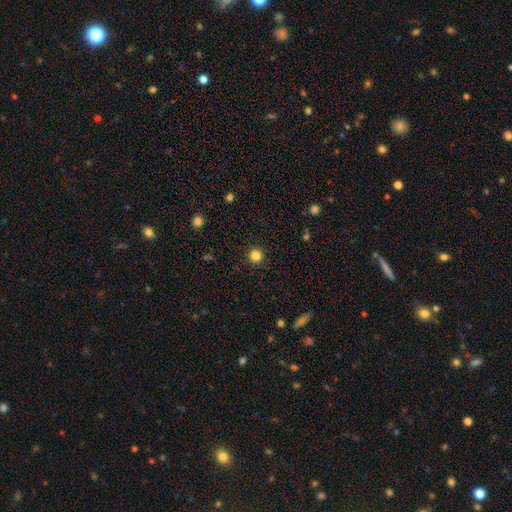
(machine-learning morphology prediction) This is clearly a smooth galaxy (83%). How rounded: clearly round (96%). Merging: clearly none (93%).